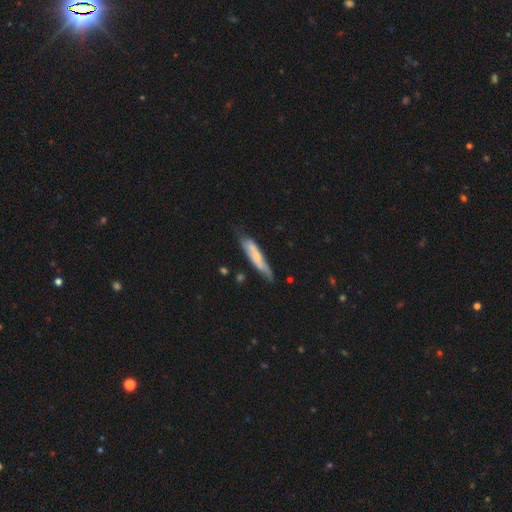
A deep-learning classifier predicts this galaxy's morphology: smooth 53%, featured or disk 42%, star or artifact 6%. Down the decision tree: how rounded — cigar-shaped (82%); merging — none (61%).